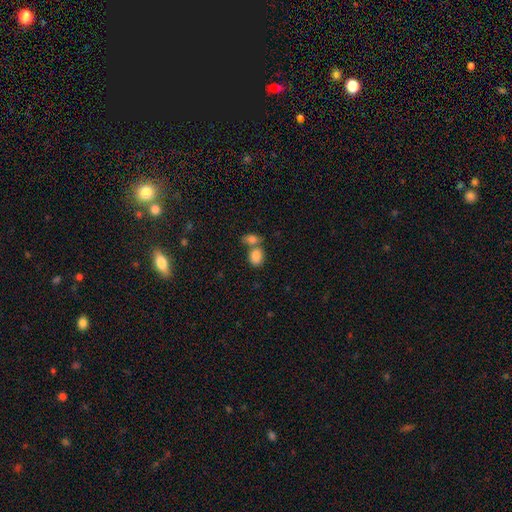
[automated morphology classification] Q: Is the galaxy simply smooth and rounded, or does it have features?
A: smooth — 86%.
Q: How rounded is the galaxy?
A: in between — 72%.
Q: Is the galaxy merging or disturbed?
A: merger — 49%.